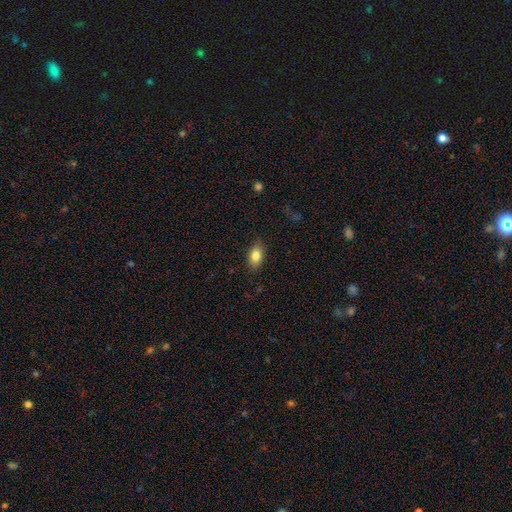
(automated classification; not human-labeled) Morphology: type=smooth (82%); roundness=in between (85%); merging=none (81%).